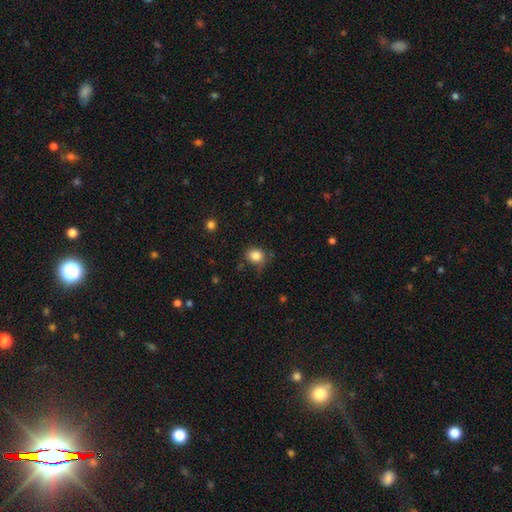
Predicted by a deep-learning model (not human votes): Overall: smooth (84%). How rounded: round (69%; in between 30%). Merging: none (67%).